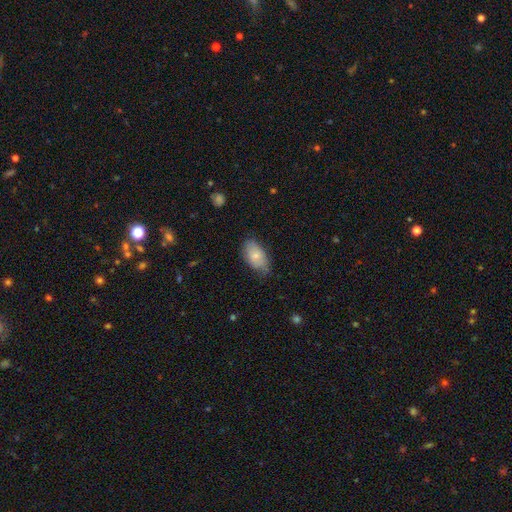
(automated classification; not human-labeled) Overall: smooth (73%). How rounded: in between (93%). Merging: none (63%; minor disturbance 29%).